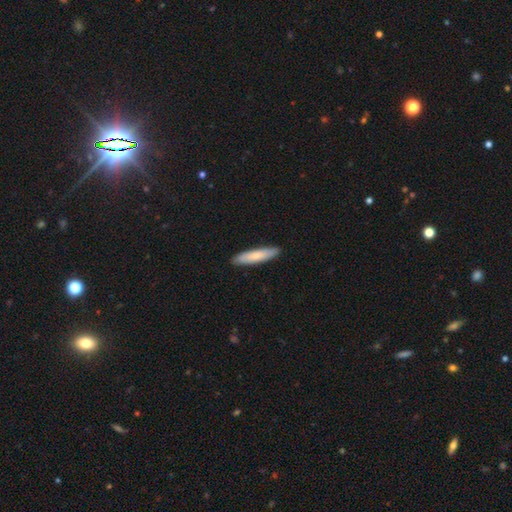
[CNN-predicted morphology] Q: Smooth or featured?
A: smooth (77%); runner-up: featured or disk (18%)
Q: How rounded?
A: cigar-shaped (84%); runner-up: in between (15%)
Q: Merging?
A: none (90%); runner-up: minor disturbance (8%)